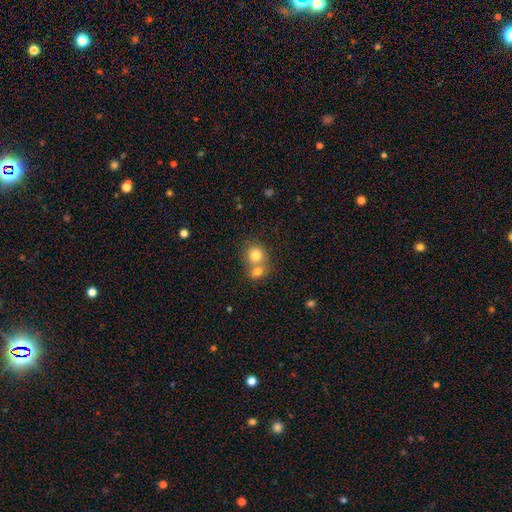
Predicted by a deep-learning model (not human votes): This is likely a smooth galaxy (78%). How rounded: clearly round (82%). Merging: possibly merger (55%).